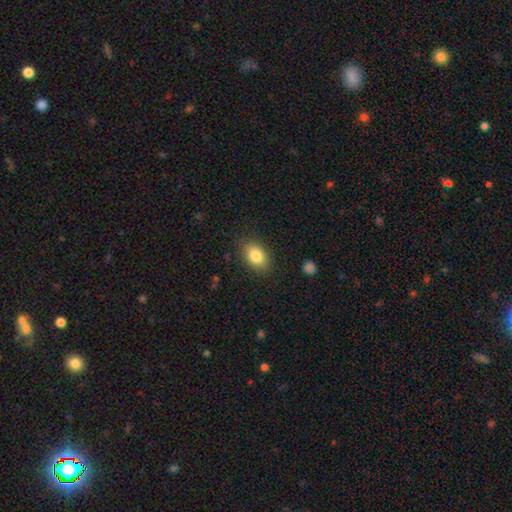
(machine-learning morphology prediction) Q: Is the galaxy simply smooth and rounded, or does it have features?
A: smooth — 83%.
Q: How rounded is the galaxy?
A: in between — 82%.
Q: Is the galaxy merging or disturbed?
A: none — 84%.